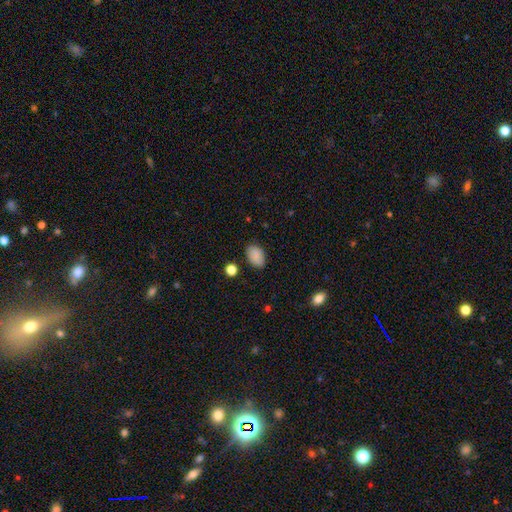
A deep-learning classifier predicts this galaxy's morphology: smooth_or_featured: smooth (p=0.86) [alt: star or artifact p=0.08]
how_rounded: in between (p=0.88) [alt: round p=0.11]
merging: none (p=0.82) [alt: minor disturbance p=0.13]